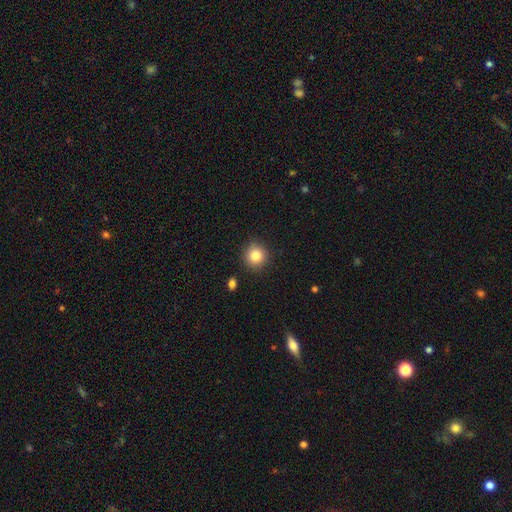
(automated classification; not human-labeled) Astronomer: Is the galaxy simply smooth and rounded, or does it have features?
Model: smooth — 83%.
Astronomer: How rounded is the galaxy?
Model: round — 91%.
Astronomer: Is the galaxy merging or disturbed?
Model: none — 89%.